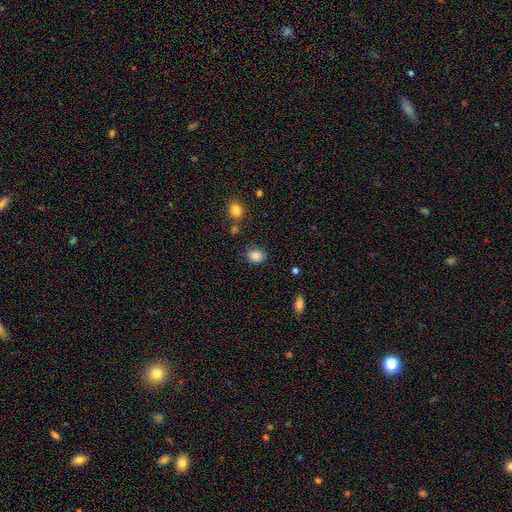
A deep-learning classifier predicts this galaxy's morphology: Smooth or featured?
  - smooth: 85% *
  - star or artifact: 10%
  - featured or disk: 5%
How rounded?
  - round: 52% *
  - in between: 47%
  - cigar-shaped: 1%
Merging?
  - none: 77% *
  - minor disturbance: 16%
  - major disturbance: 4%
  - merger: 3%